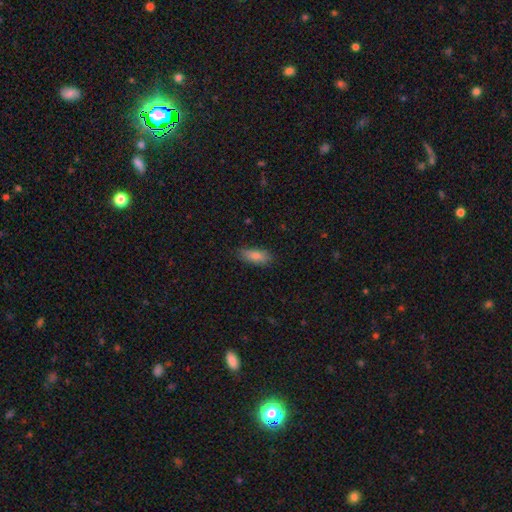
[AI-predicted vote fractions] Overall: smooth (79%). How rounded: in between (69%). Merging: none (79%).